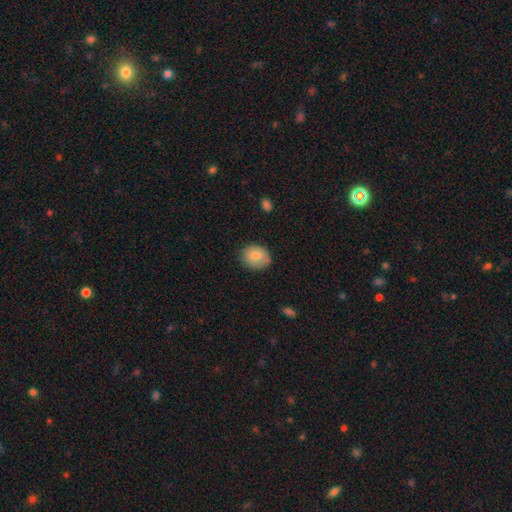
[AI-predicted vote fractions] Morphology: type=smooth (79%); roundness=round (61%); merging=none (73%).